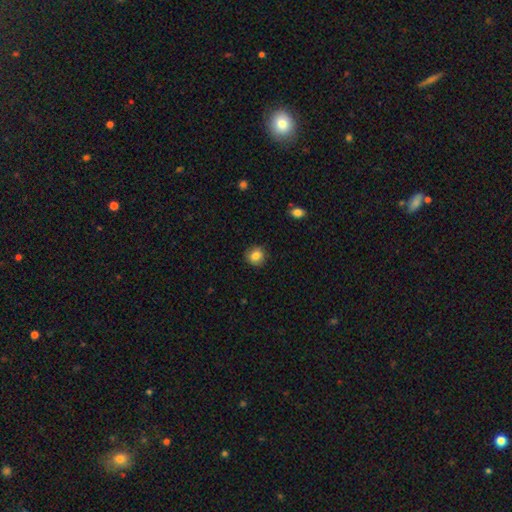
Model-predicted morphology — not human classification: Smooth or featured: smooth — 84% (star or artifact — 9%)
How rounded: round — 84% (in between — 15%)
Merging: none — 86% (minor disturbance — 10%)